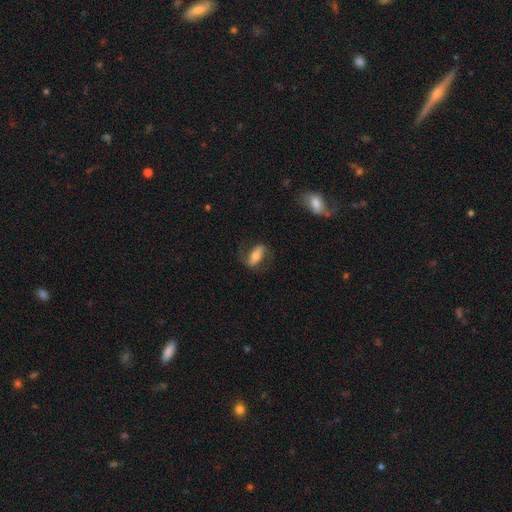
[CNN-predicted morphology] Overall: featured or disk (55%; smooth 38%). Edge-on disk: no (84%). Merging: none (69%).